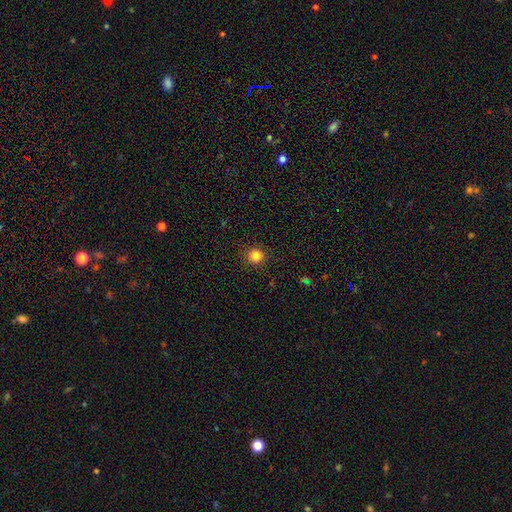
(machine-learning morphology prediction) smooth_or_featured: smooth (p=0.83) [alt: star or artifact p=0.12]
how_rounded: round (p=0.92) [alt: in between p=0.07]
merging: none (p=0.91) [alt: minor disturbance p=0.06]